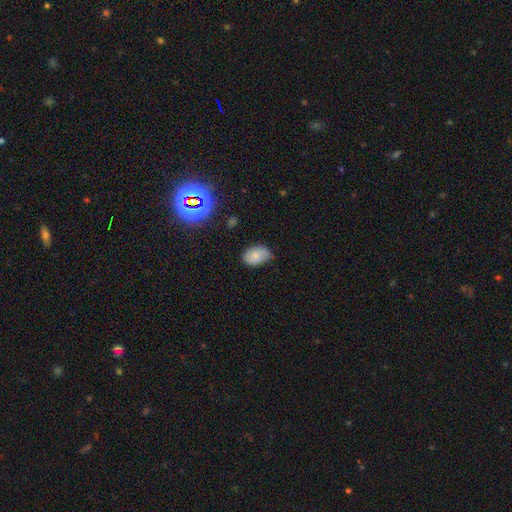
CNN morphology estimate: smooth 74%, featured or disk 15%, star or artifact 11%. Down the decision tree: how rounded — in between (87%); merging — none (59%).